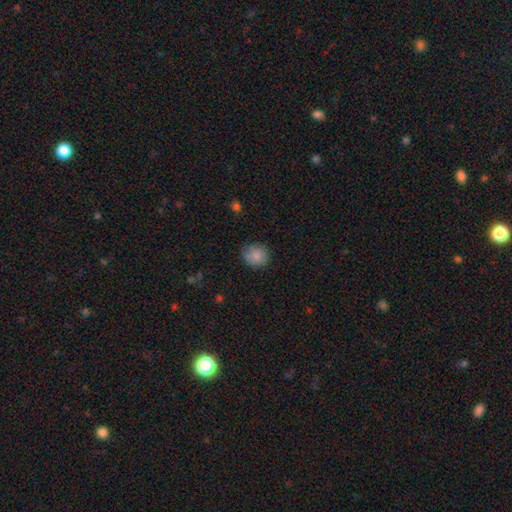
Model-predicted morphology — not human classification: type=smooth (85%); roundness=round (79%); merging=none (81%).